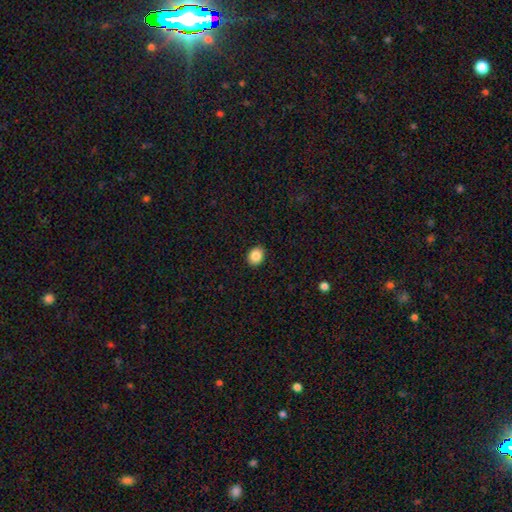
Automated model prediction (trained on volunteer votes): Smooth or featured? smooth (87%)
How rounded? in between (51%)
Merging? none (90%)